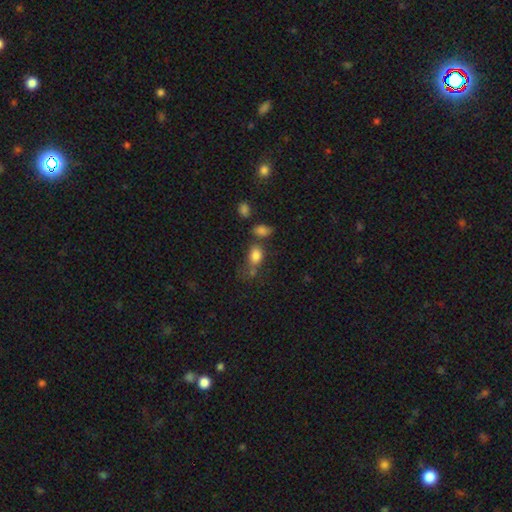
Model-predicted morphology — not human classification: Q: Smooth or featured?
A: smooth (80%); runner-up: star or artifact (11%)
Q: How rounded?
A: in between (73%); runner-up: round (25%)
Q: Merging?
A: none (42%); runner-up: minor disturbance (22%)